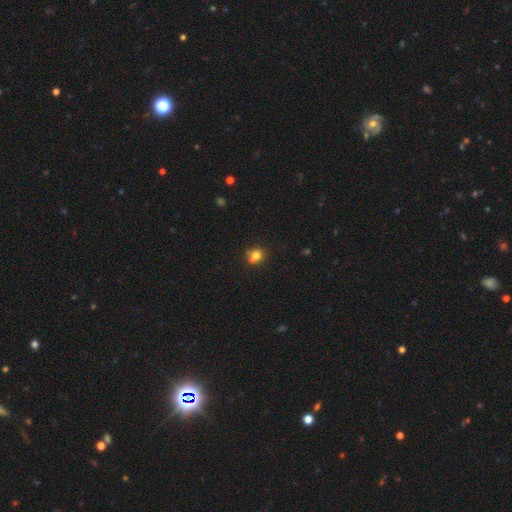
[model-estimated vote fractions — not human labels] Smooth or featured? Predicted: smooth (p=0.76). How rounded? Predicted: round (p=0.76). Merging? Predicted: none (p=0.60).